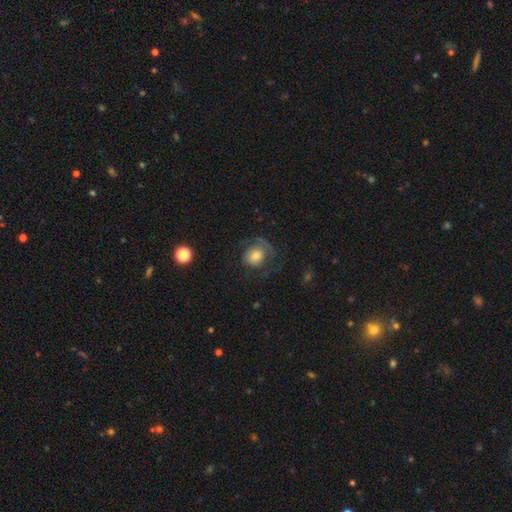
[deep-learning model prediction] A smooth galaxy with no disk features (55%) that is round (67%).

Vote fractions:
- Smooth or featured? smooth: 55% / featured or disk: 36% / star or artifact: 9%
- How rounded? round: 67% / in between: 32% / cigar-shaped: 1%
- Merging? none: 46% / major disturbance: 31% / minor disturbance: 21% / merger: 2%